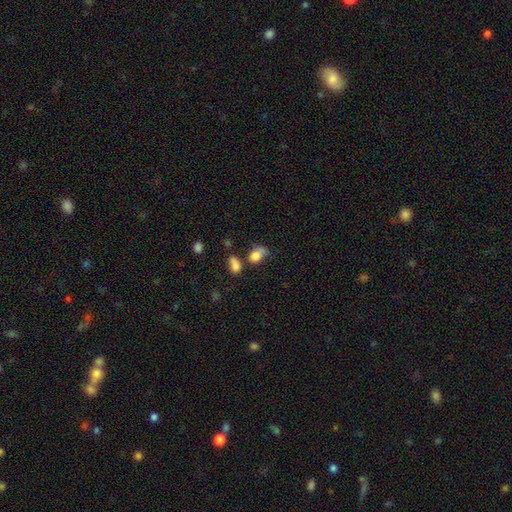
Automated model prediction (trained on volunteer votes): A smooth galaxy with no disk features (79%) that is in between round and cigar-shaped (76%). Merging: none (30%).